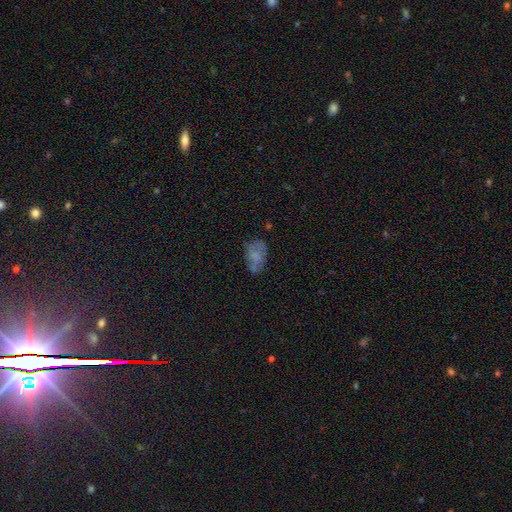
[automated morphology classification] smooth-or-featured: smooth: 52% | featured or disk: 35% | star or artifact: 12%
  how-rounded: in between: 87% | round: 11% | cigar-shaped: 2%
  merging: none: 55% | minor disturbance: 26% | major disturbance: 15% | merger: 5%